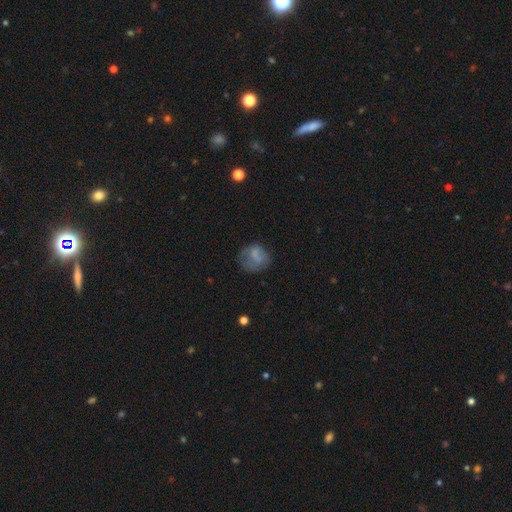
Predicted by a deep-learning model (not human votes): Smooth or featured: smooth — 66% (featured or disk — 23%)
How rounded: round — 68% (in between — 31%)
Merging: none — 52% (minor disturbance — 26%)